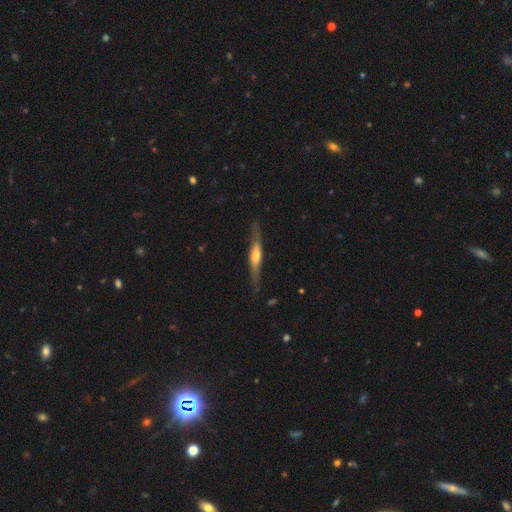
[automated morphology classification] smooth_or_featured: featured or disk (p=0.59) [alt: smooth p=0.35]
disk_edge_on: yes (p=0.91) [alt: no p=0.09]
edge_on_bulge: rounded (p=0.71) [alt: boxy p=0.15]
merging: none (p=0.79) [alt: minor disturbance p=0.16]